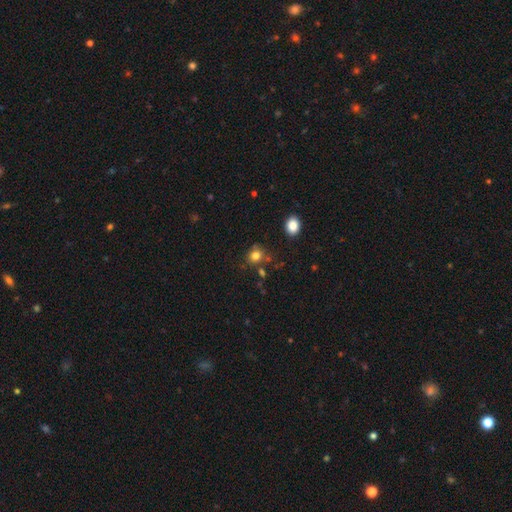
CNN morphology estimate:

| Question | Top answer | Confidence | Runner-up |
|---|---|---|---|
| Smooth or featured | smooth | 79% | star or artifact (14%) |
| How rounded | round | 75% | in between (24%) |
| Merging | none | 73% | minor disturbance (13%) |